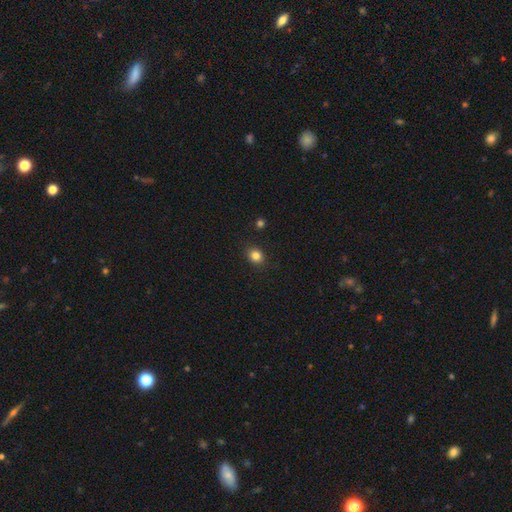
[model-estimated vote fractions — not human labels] A smooth galaxy with no disk features (83%) that is round (67%). Merging: none (88%).